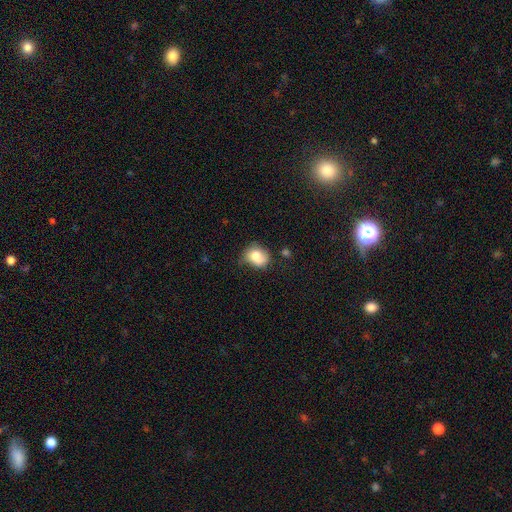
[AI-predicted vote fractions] smooth_or_featured: smooth (p=0.78) [alt: featured or disk p=0.13]
how_rounded: round (p=0.56) [alt: in between p=0.43]
merging: none (p=0.51) [alt: minor disturbance p=0.33]